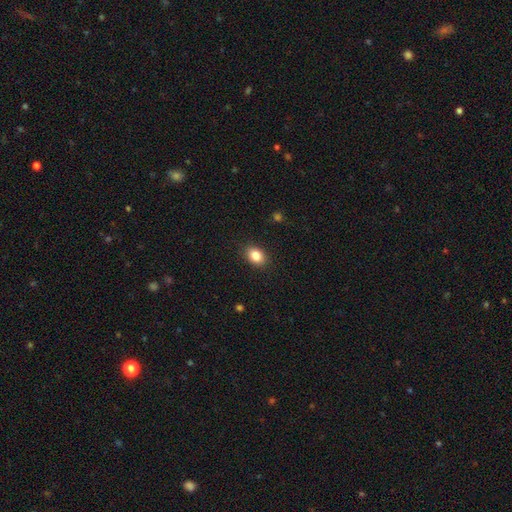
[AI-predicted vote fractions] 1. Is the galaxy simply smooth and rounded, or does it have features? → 85% smooth, 9% star or artifact, 6% featured or disk.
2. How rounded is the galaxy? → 70% in between, 29% round, 1% cigar-shaped.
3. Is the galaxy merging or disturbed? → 88% none, 8% minor disturbance, 2% major disturbance, 1% merger.